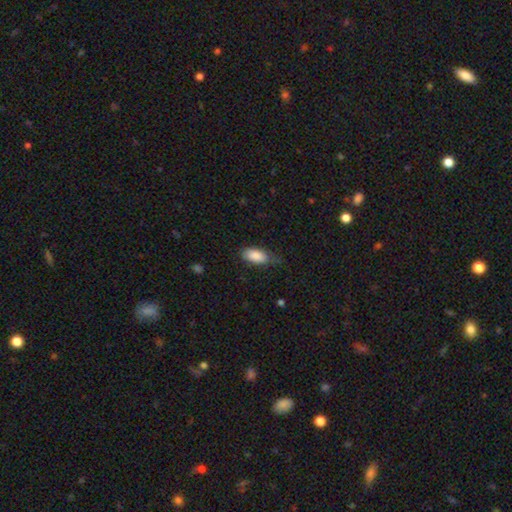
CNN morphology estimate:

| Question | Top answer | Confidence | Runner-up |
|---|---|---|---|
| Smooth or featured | smooth | 86% | featured or disk (8%) |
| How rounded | in between | 89% | cigar-shaped (9%) |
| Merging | none | 57% | minor disturbance (33%) |